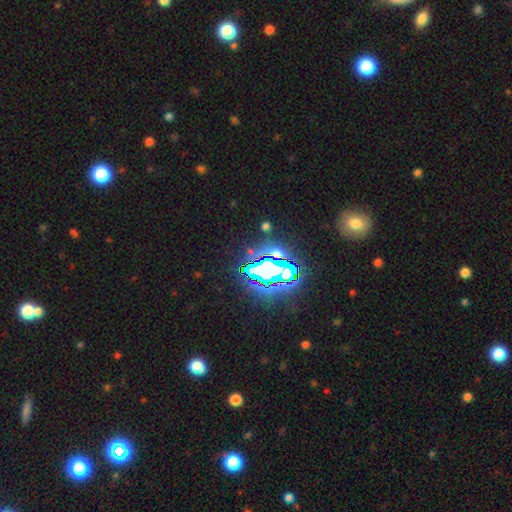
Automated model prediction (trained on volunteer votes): Smooth or featured: star or artifact — 83% (smooth — 10%)